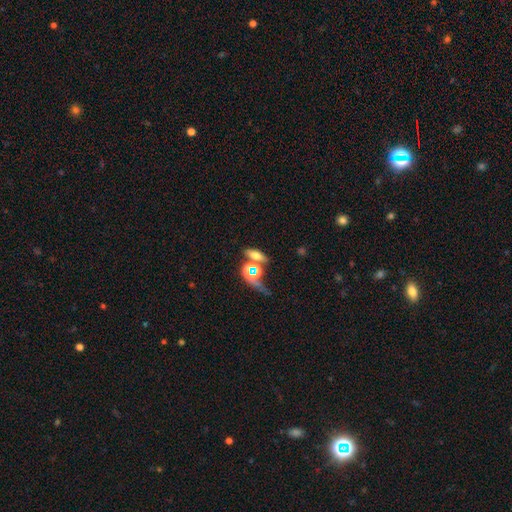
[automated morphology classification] smooth_or_featured: smooth (p=0.54) [alt: featured or disk p=0.26]
how_rounded: in between (p=0.63) [alt: cigar-shaped p=0.24]
merging: none (p=0.56) [alt: merger p=0.22]